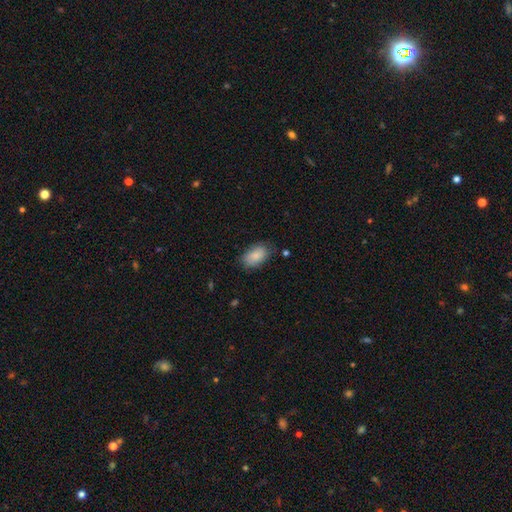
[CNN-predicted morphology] A smooth galaxy with no disk features (86%) that is in between round and cigar-shaped (92%).

Vote fractions:
- Smooth or featured? smooth: 86% / featured or disk: 8% / star or artifact: 6%
- How rounded? in between: 92% / round: 6% / cigar-shaped: 1%
- Merging? none: 75% / minor disturbance: 19% / major disturbance: 4% / merger: 2%